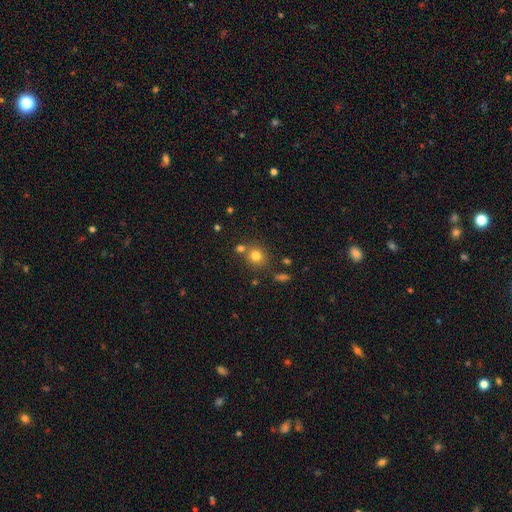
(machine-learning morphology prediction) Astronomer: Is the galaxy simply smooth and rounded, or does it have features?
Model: smooth — 78%.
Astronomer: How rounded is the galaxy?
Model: round — 82%.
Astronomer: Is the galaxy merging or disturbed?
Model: none — 68%.